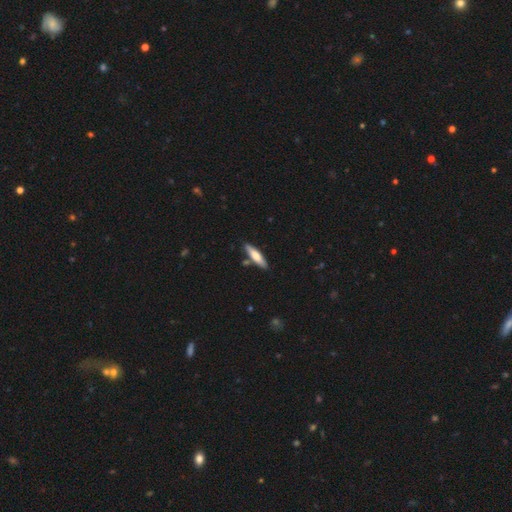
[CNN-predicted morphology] The model was most divided on "smooth or featured": smooth: 64%, featured or disk: 31%, star or artifact: 5%. More confident: merging — none (83%); how rounded — cigar-shaped (74%).